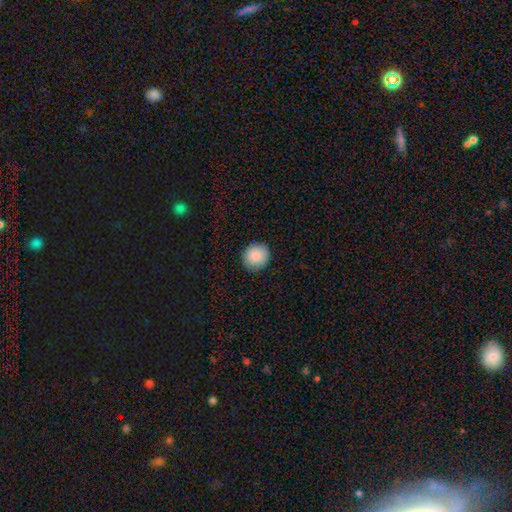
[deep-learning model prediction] The model was most divided on "how rounded": round: 87%, in between: 12%, cigar-shaped: 1%. More confident: merging — none (89%); smooth or featured — smooth (87%).